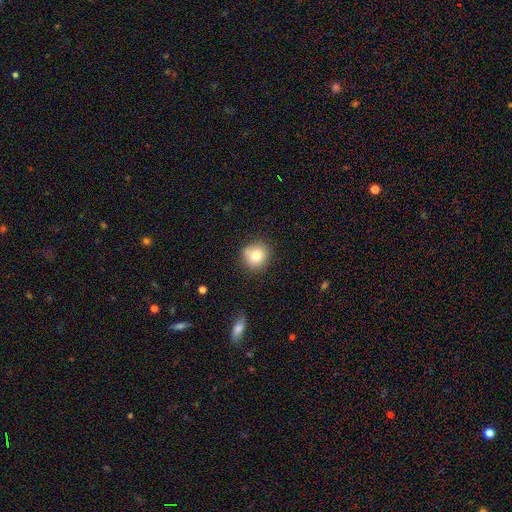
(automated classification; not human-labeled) smooth_or_featured: smooth (p=0.81) [alt: star or artifact p=0.10]
how_rounded: round (p=0.89) [alt: in between p=0.10]
merging: none (p=0.79) [alt: minor disturbance p=0.14]